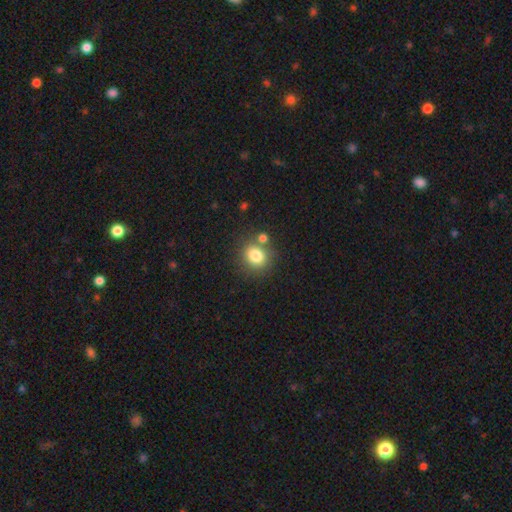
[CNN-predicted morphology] This appears to be a smooth galaxy with no disk features (80%) that is round (76%). Merging: none (70%).